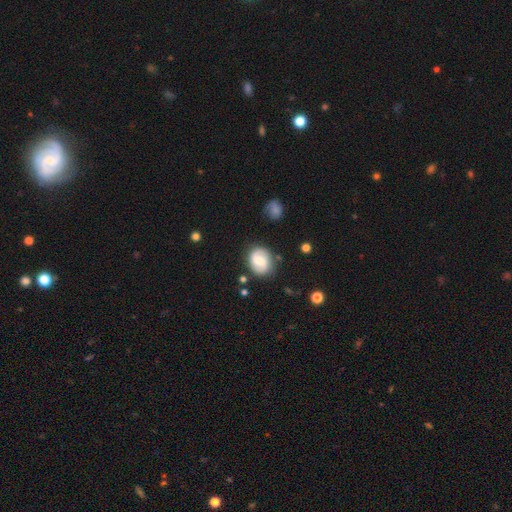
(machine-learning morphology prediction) This is possibly a featured or disk galaxy (53%). It is clearly not viewed edge-on (97%). Bar: possibly weak (46%). Spiral arm pattern: likely yes (79%). Central bulge: possibly moderate (59%). Merging: likely none (77%).